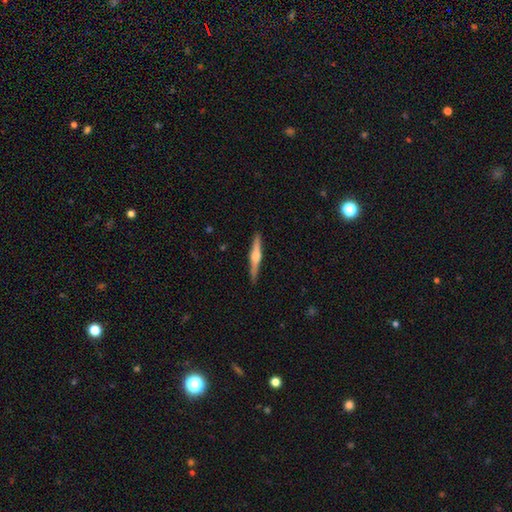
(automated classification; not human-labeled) smooth-or-featured: featured or disk: 68% | smooth: 27% | star or artifact: 5%
  disk-edge-on: yes: 98% | no: 2%
    edge-on-bulge: rounded: 90% | boxy: 6% | none: 4%
  merging: none: 90% | minor disturbance: 7% | major disturbance: 1% | merger: 1%